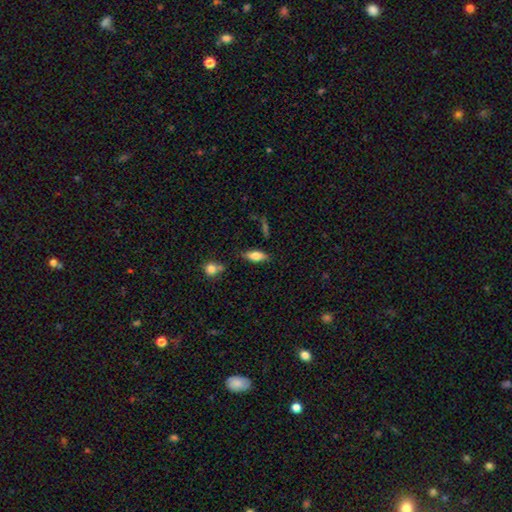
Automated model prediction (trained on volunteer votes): Smooth or featured? smooth (73%)
How rounded? in between (75%)
Merging? none (76%)